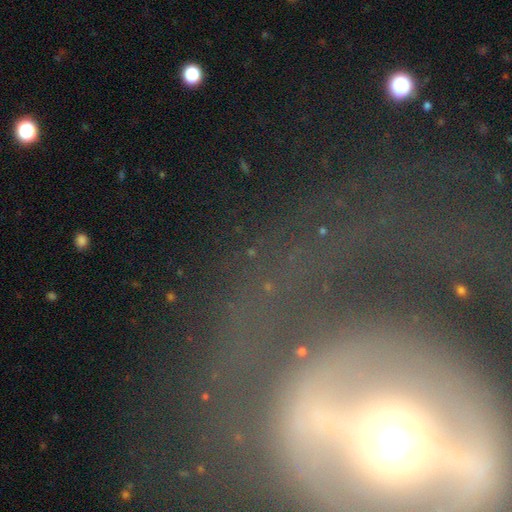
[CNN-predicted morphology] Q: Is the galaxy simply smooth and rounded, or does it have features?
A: featured or disk — 65%.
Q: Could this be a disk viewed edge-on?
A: no — 85%.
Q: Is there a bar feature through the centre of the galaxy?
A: no — 39%.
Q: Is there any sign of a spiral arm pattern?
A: no — 55%.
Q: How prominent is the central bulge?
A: moderate — 55%.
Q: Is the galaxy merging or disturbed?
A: none — 57%.